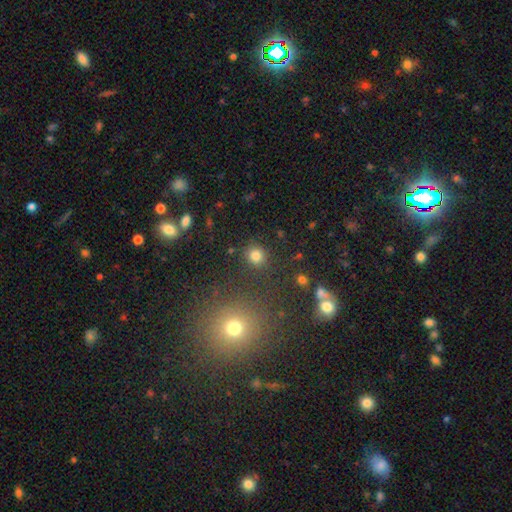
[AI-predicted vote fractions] A smooth galaxy with no disk features (81%) that is round (84%).

Vote fractions:
- Smooth or featured? smooth: 81% / star or artifact: 14% / featured or disk: 5%
- How rounded? round: 84% / in between: 14% / cigar-shaped: 1%
- Merging? none: 85% / minor disturbance: 8% / merger: 3% / major disturbance: 3%